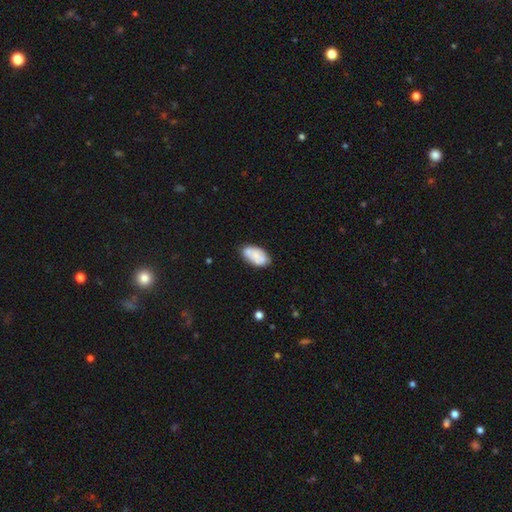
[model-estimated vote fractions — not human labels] smooth 64%, featured or disk 29%, star or artifact 7%. Down the decision tree: how rounded — in between (94%); merging — none (65%).